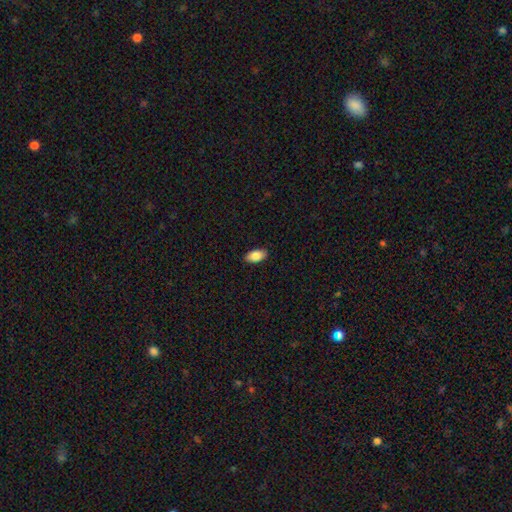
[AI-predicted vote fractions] Smooth or featured: smooth — 86% (star or artifact — 7%)
How rounded: in between — 94% (round — 4%)
Merging: none — 88% (minor disturbance — 9%)